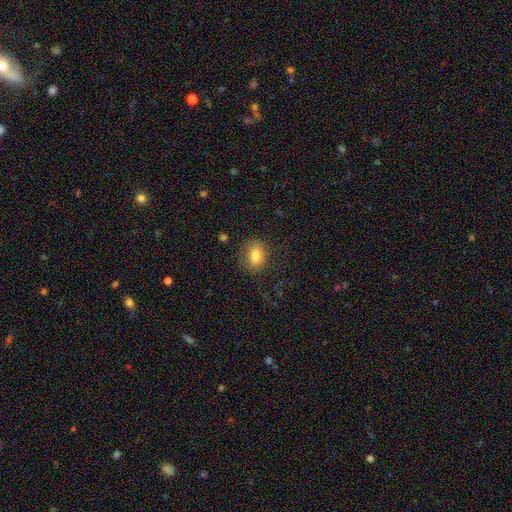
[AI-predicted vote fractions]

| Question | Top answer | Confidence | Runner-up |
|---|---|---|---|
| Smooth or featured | smooth | 80% | featured or disk (10%) |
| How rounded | in between | 67% | round (31%) |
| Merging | none | 79% | minor disturbance (14%) |